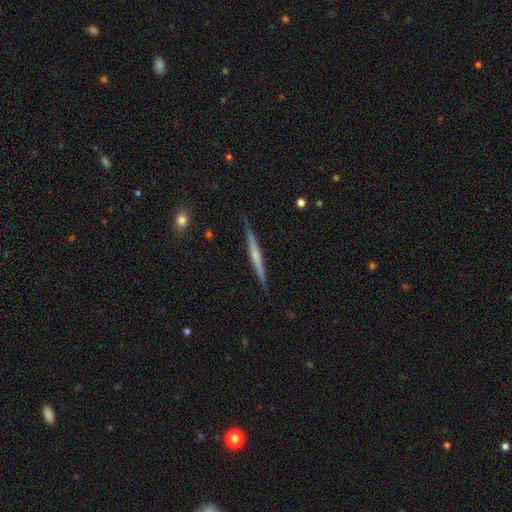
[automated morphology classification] The model was most divided on "edge-on bulge": rounded: 46%, none: 44%, boxy: 10%. More confident: edge-on disk — yes (98%); merging — none (88%); smooth or featured — featured or disk (65%).